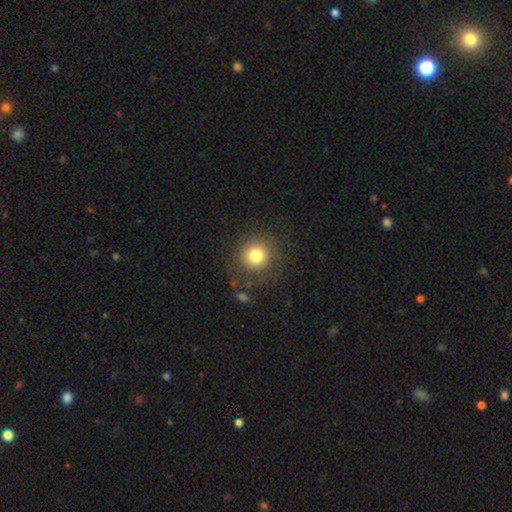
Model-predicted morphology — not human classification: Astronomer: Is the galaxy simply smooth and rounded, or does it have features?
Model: smooth — 78%.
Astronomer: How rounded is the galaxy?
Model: round — 92%.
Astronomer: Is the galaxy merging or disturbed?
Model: none — 83%.